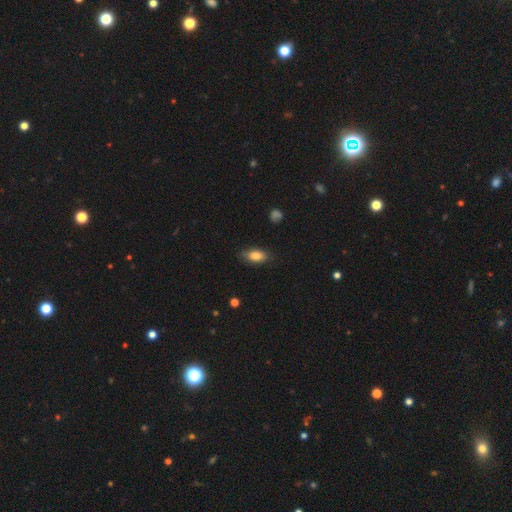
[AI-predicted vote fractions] This appears to be a smooth galaxy with no disk features (85%) that is in between round and cigar-shaped (88%). Merging: none (82%).